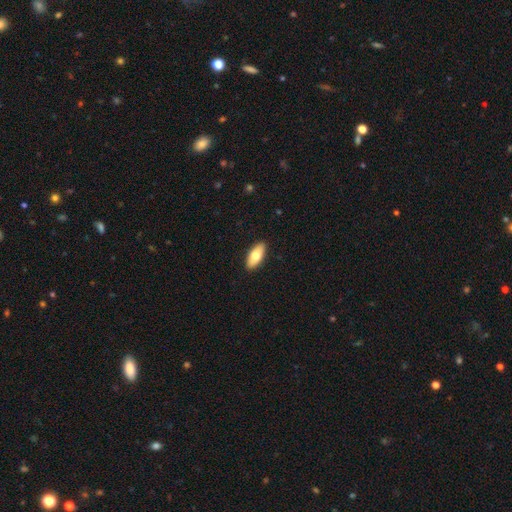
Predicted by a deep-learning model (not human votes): Overall: smooth (73%). How rounded: in between (86%). Merging: none (91%).